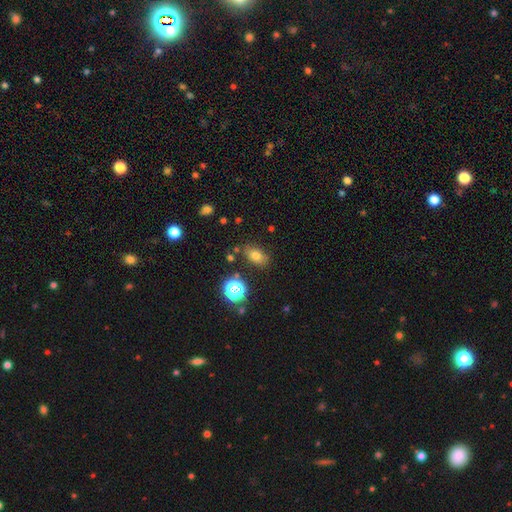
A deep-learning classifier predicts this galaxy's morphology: Overall: smooth (70%). How rounded: in between (77%). Merging: none (79%).